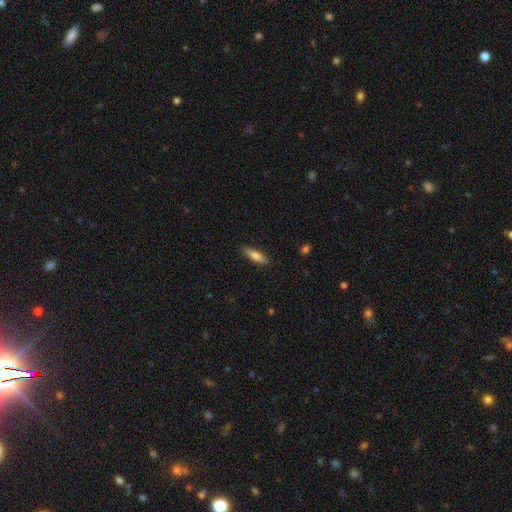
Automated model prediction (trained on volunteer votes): A smooth galaxy with no disk features (71%) that is cigar-shaped (65%).

Vote fractions:
- Smooth or featured? smooth: 71% / featured or disk: 23% / star or artifact: 6%
- How rounded? cigar-shaped: 65% / in between: 33% / round: 2%
- Merging? none: 87% / minor disturbance: 10% / major disturbance: 2% / merger: 1%